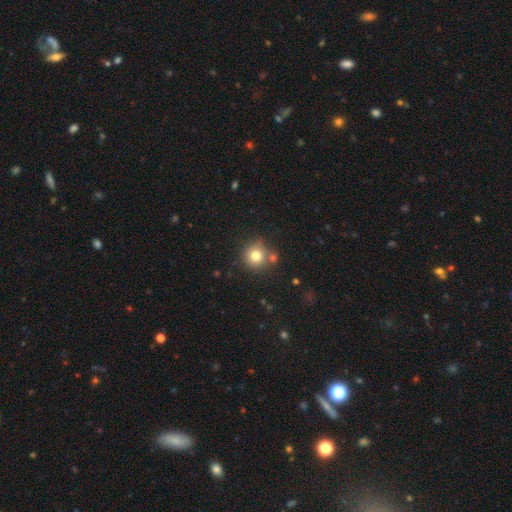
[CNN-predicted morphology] The model was most divided on "merging": none: 73%, merger: 13%, minor disturbance: 10%, major disturbance: 3%. More confident: how rounded — round (93%); smooth or featured — smooth (78%).